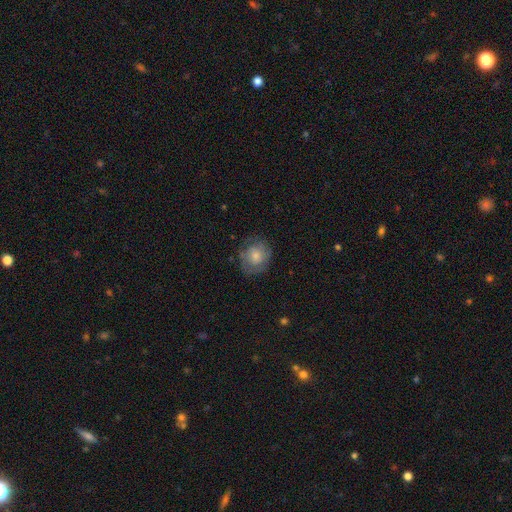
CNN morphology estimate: A smooth galaxy with no disk features (65%) that is round (79%). Merging: none (70%).